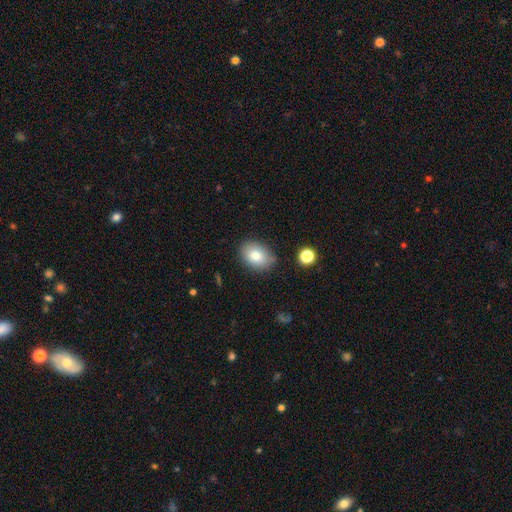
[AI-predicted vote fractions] Morphology: type=smooth (81%); roundness=in between (76%); merging=none (80%).